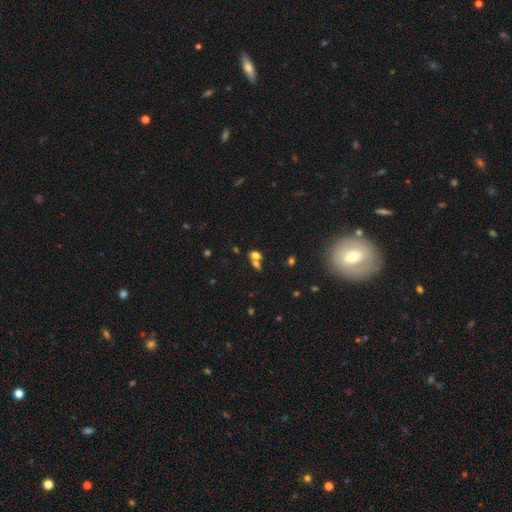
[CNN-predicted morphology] This appears to be a smooth galaxy with no disk features (67%) that is in between round and cigar-shaped (73%). Merging: merger (52%).